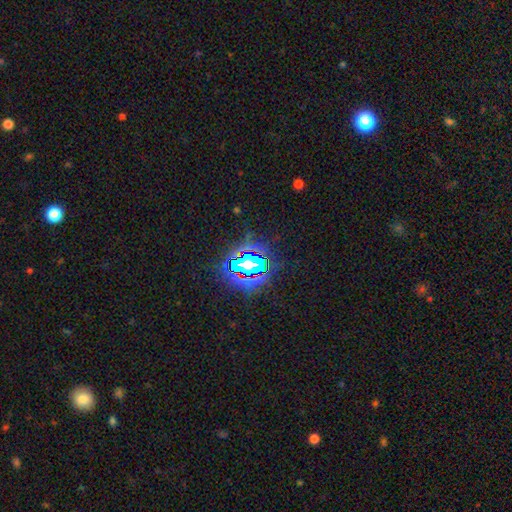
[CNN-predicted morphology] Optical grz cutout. It shows a star or artifact, not a galaxy (68%).